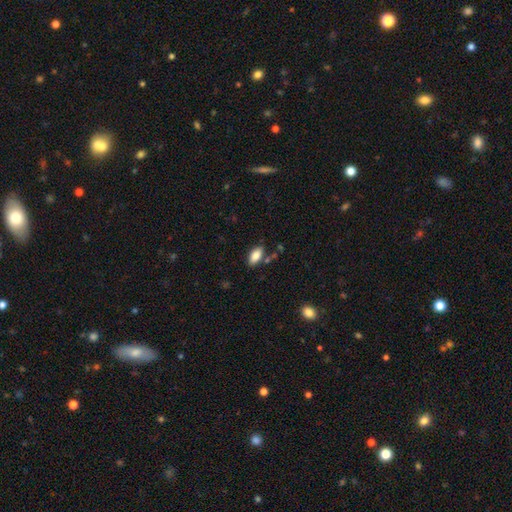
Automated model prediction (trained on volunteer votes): Smooth or featured? Predicted: smooth (p=0.84). How rounded? Predicted: in between (p=0.90). Merging? Predicted: none (p=0.77).